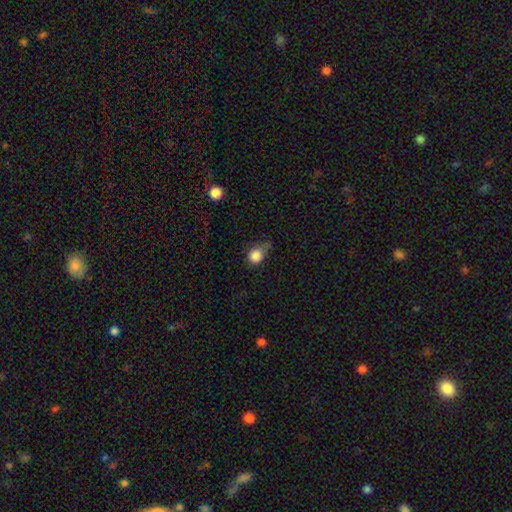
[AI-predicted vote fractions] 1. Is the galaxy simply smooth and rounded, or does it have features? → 84% smooth, 10% star or artifact, 6% featured or disk.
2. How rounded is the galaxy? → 76% round, 23% in between, 1% cigar-shaped.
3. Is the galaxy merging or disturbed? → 40% none, 39% minor disturbance, 15% major disturbance, 6% merger.